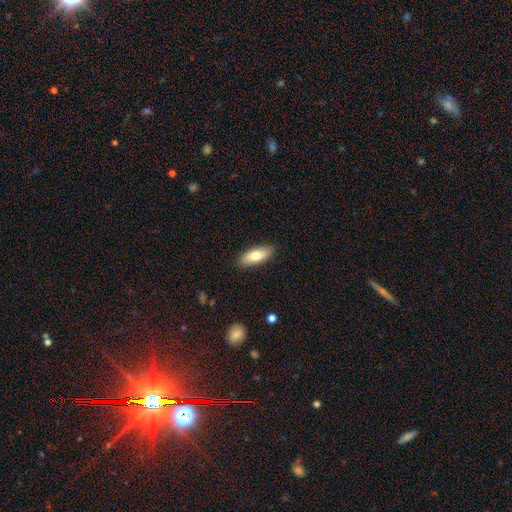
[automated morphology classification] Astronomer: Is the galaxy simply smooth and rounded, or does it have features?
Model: smooth — 75%.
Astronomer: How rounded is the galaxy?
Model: in between — 71%.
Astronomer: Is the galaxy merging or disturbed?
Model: none — 88%.